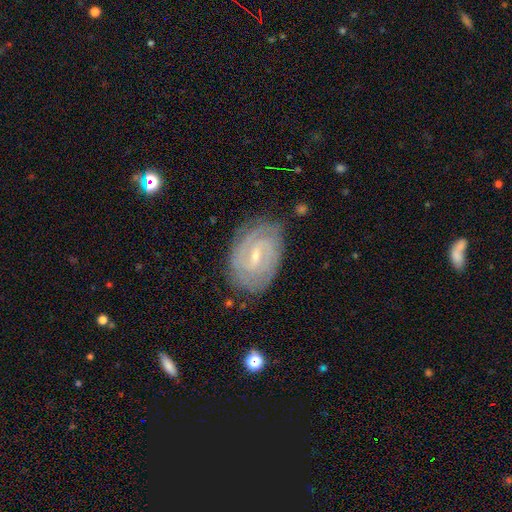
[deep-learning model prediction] A featured or disk galaxy (84%) with a weak bar (57%), 2 (53%) tight (71%) spiral arms (96%) and a small central bulge (68%). Merging: none (78%).